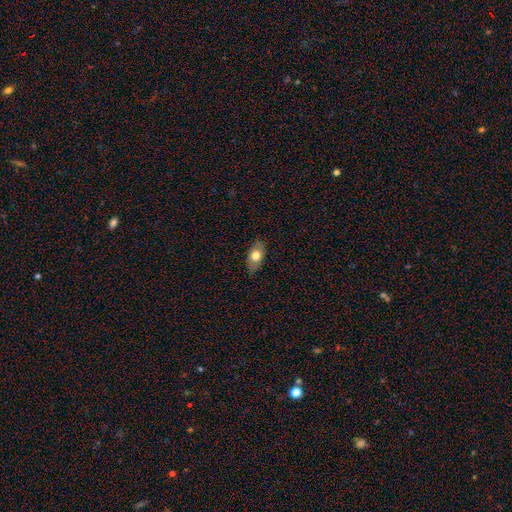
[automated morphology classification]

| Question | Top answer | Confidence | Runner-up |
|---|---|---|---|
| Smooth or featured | smooth | 72% | featured or disk (22%) |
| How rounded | in between | 89% | round (7%) |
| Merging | none | 86% | minor disturbance (11%) |